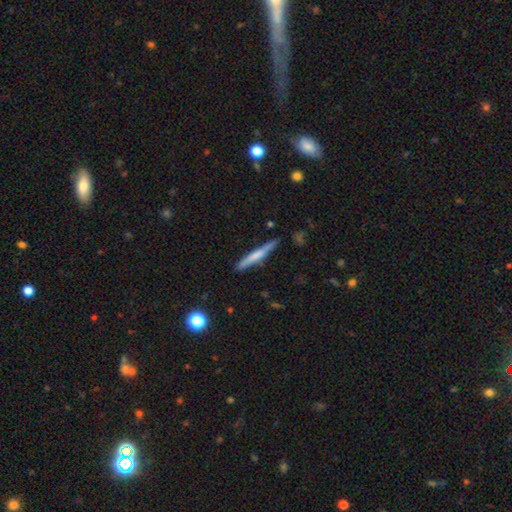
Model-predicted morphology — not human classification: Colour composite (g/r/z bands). It shows a smooth galaxy with no disk features (54%) that is cigar-shaped (95%). Merging: none (84%).